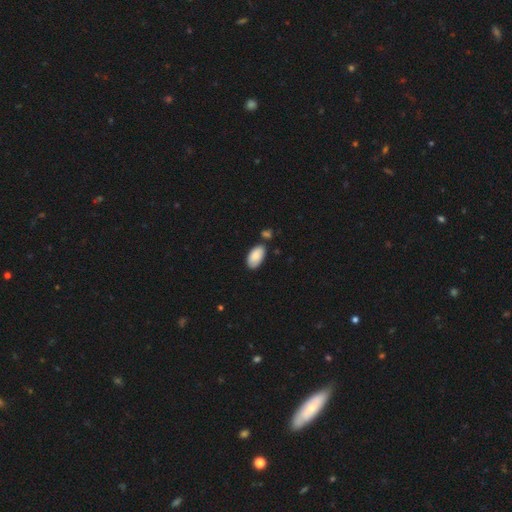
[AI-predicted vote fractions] This appears to be a smooth galaxy with no disk features (87%) that is in between round and cigar-shaped (96%). Merging: none (71%).